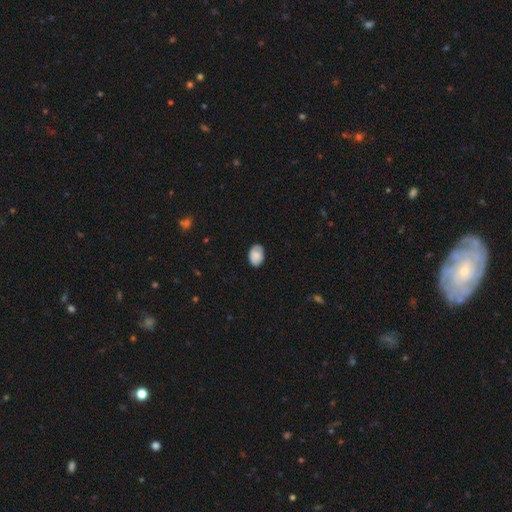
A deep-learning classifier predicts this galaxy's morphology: smooth_or_featured: smooth (p=0.81) [alt: featured or disk p=0.12]
how_rounded: in between (p=0.80) [alt: round p=0.19]
merging: none (p=0.76) [alt: minor disturbance p=0.20]